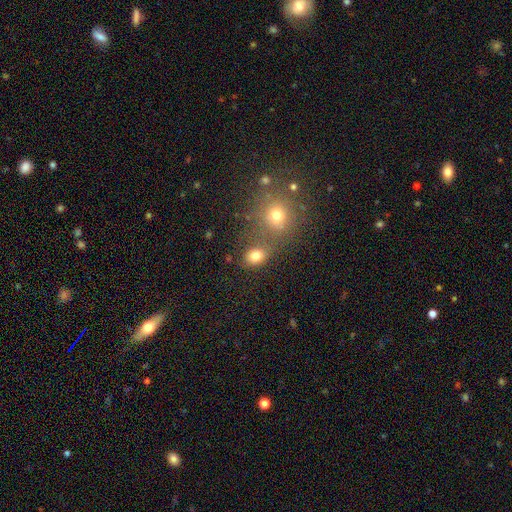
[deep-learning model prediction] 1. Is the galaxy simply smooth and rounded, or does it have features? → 77% smooth, 15% star or artifact, 8% featured or disk.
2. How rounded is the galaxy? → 53% round, 46% in between, 1% cigar-shaped.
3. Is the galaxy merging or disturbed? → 60% none, 24% merger, 11% minor disturbance, 5% major disturbance.